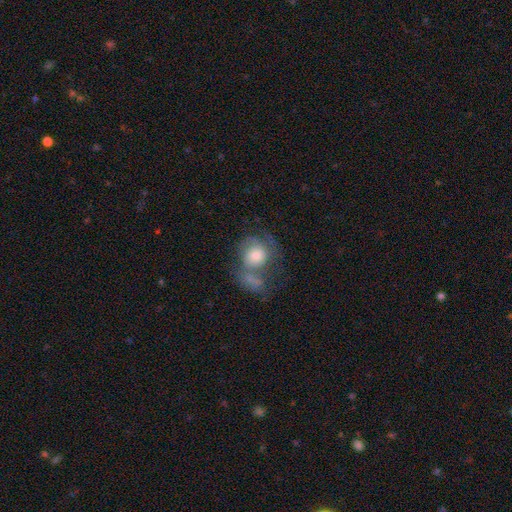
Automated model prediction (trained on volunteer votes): Morphology: type=smooth (50%); roundness=round (71%); merging=merger (43%).